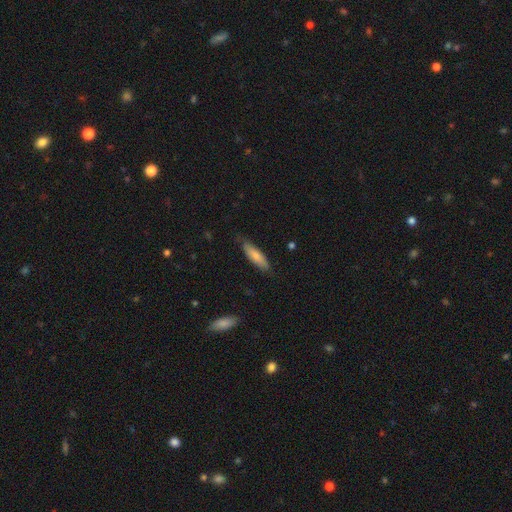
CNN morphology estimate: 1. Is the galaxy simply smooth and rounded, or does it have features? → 76% smooth, 18% featured or disk, 5% star or artifact.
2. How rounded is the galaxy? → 58% cigar-shaped, 41% in between, 2% round.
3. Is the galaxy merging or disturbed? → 76% none, 20% minor disturbance, 3% major disturbance, 1% merger.